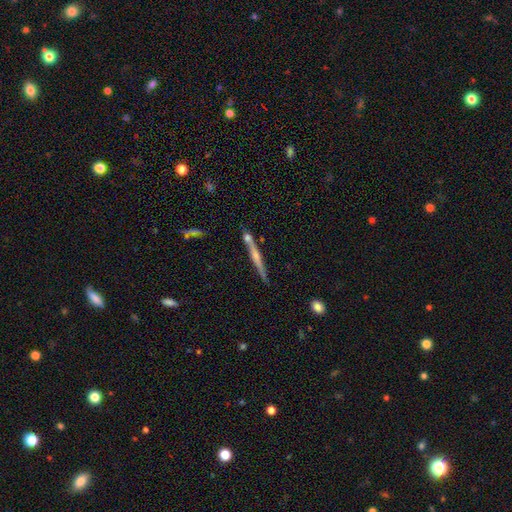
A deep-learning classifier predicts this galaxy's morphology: Smooth or featured? Predicted: featured or disk (p=0.64). Edge-on disk? Predicted: yes (p=0.97). Edge-on bulge? Predicted: rounded (p=0.58). Merging? Predicted: none (p=0.75).